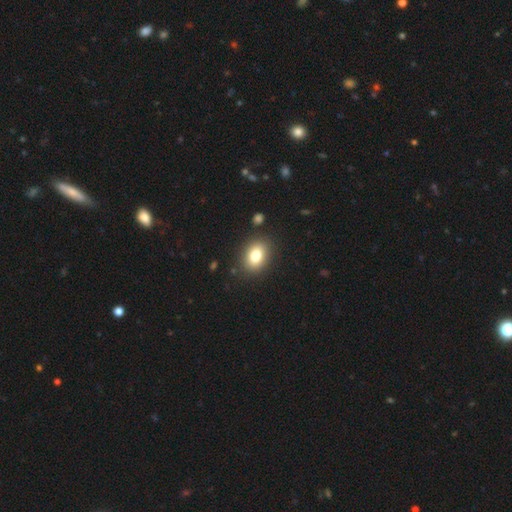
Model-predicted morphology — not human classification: A smooth galaxy with no disk features (80%) that is in between round and cigar-shaped (72%). Merging: none (86%).